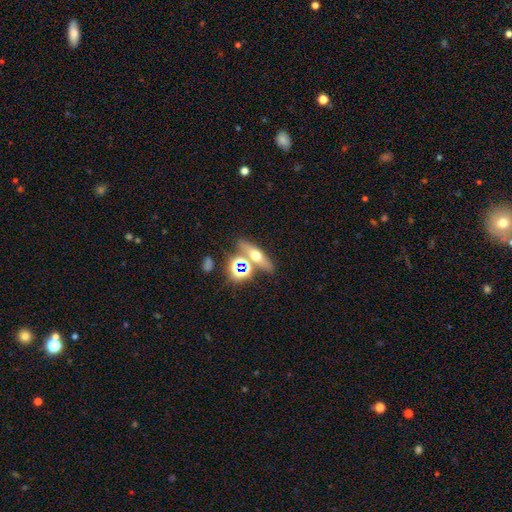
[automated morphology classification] A smooth galaxy with no disk features (41%).

Vote fractions:
- Smooth or featured? smooth: 41% / featured or disk: 39% / star or artifact: 20%
- Merging? none: 72% / merger: 14% / minor disturbance: 10% / major disturbance: 4%